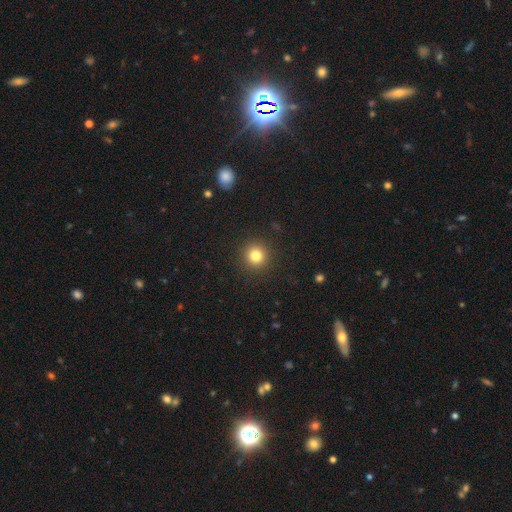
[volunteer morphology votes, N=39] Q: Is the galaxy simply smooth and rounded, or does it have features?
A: smooth — 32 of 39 (82%).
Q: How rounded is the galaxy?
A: round — 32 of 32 (100%).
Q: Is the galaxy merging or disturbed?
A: none — 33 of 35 (94%).